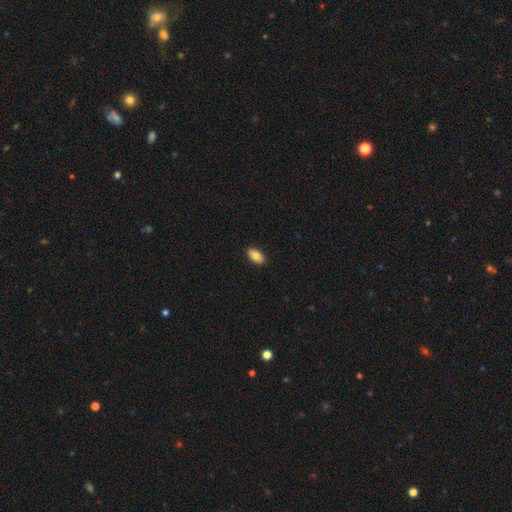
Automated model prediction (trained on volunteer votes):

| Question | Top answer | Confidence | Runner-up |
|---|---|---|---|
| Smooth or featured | smooth | 80% | featured or disk (13%) |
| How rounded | in between | 93% | round (4%) |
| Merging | none | 89% | minor disturbance (8%) |